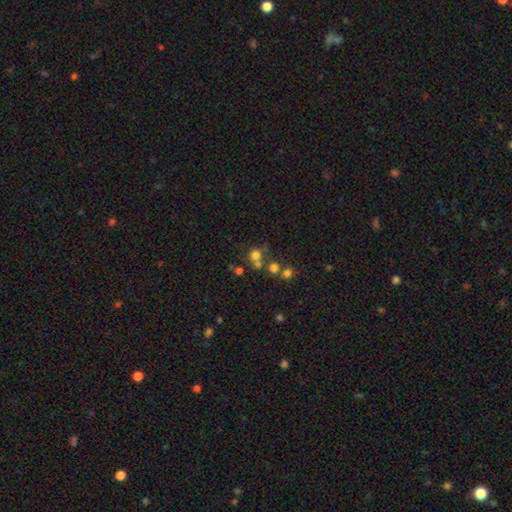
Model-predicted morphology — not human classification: A smooth galaxy with no disk features (66%) that is round (87%). Merging: none (54%).